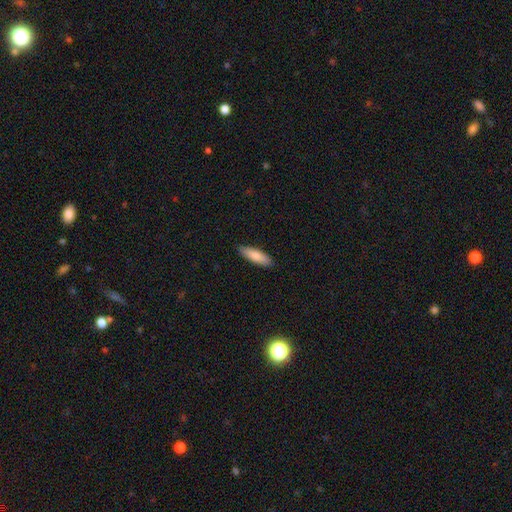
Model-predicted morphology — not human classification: type=smooth (82%); roundness=cigar-shaped (56%); merging=none (89%).